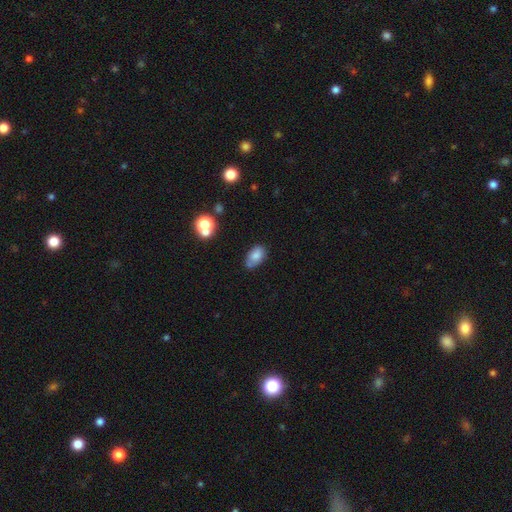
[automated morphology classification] The model was most divided on "merging": none: 61%, minor disturbance: 27%, merger: 6%, major disturbance: 6%. More confident: how rounded — in between (90%); smooth or featured — smooth (78%).